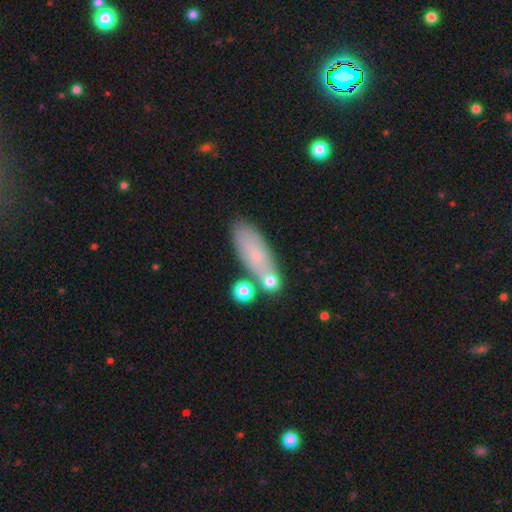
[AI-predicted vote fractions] This appears to be a smooth galaxy with no disk features (61%) that is in between round and cigar-shaped (60%). Merging: none (69%).